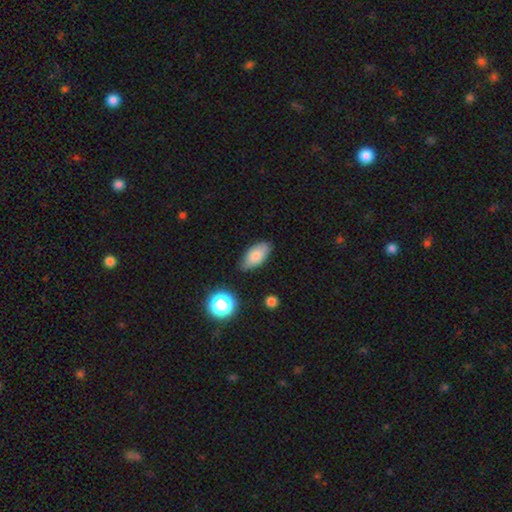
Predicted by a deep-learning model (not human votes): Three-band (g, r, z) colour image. It shows a smooth galaxy with no disk features (80%) that is in between round and cigar-shaped (90%). Merging: none (76%).